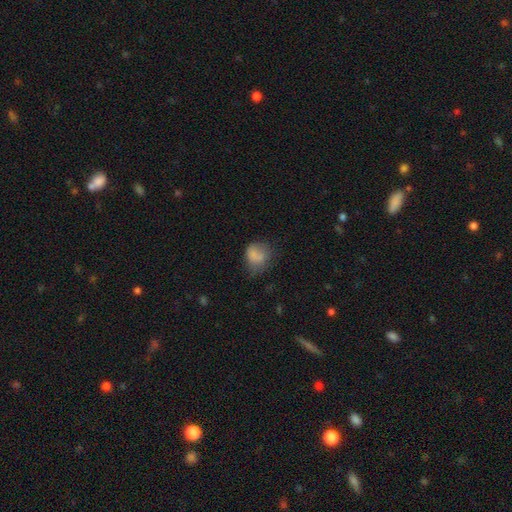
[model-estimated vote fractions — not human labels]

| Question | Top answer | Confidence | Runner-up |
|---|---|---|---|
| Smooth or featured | smooth | 74% | featured or disk (16%) |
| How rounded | round | 60% | in between (39%) |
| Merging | none | 39% | minor disturbance (30%) |